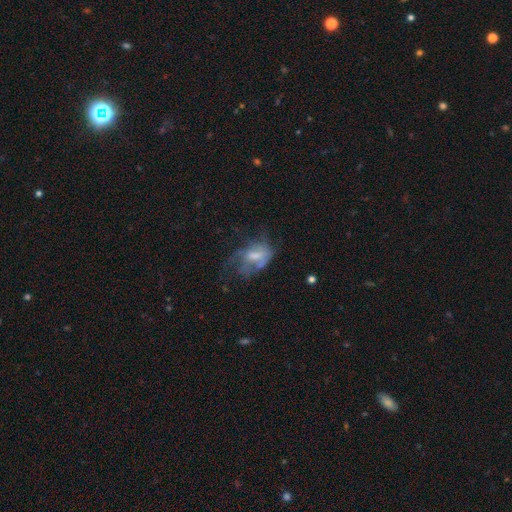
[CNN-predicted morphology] This is possibly a featured or disk galaxy (48%). Merging: possibly major disturbance (48%).